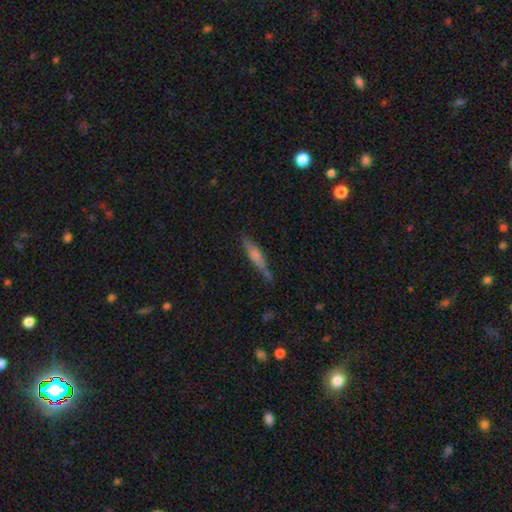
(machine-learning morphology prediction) Smooth or featured? smooth (59%)
How rounded? cigar-shaped (85%)
Merging? none (65%)